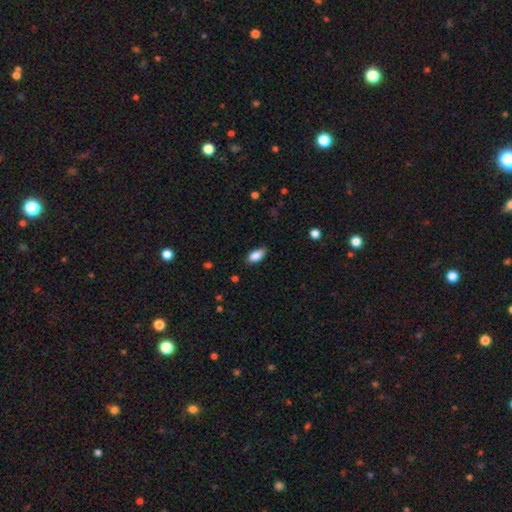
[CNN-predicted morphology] The model was most divided on "merging": none: 80%, minor disturbance: 16%, major disturbance: 3%, merger: 1%. More confident: how rounded — in between (90%); smooth or featured — smooth (87%).